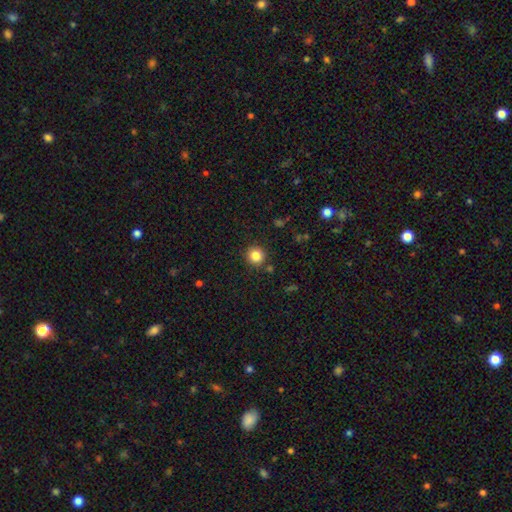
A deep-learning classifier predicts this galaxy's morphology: Smooth or featured? Predicted: smooth (p=0.83). How rounded? Predicted: round (p=0.93). Merging? Predicted: none (p=0.89).